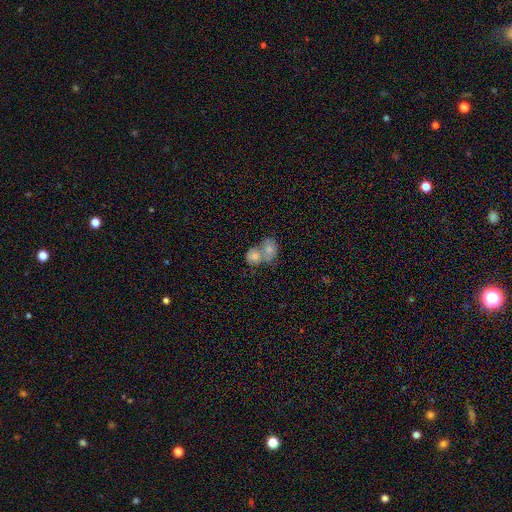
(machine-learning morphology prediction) Q: Smooth or featured?
A: smooth (72%); runner-up: featured or disk (19%)
Q: How rounded?
A: round (57%); runner-up: in between (42%)
Q: Merging?
A: merger (73%); runner-up: none (17%)